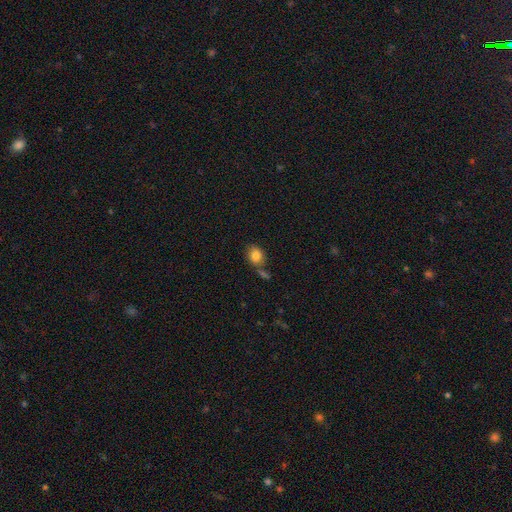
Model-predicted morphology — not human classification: smooth 83%, star or artifact 9%, featured or disk 8%. Down the decision tree: how rounded — round (50%); merging — none (57%).